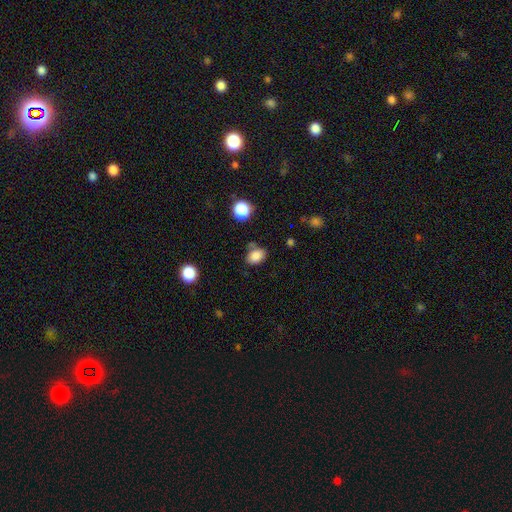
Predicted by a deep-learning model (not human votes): A smooth galaxy with no disk features (84%) that is in between round and cigar-shaped (72%). Merging: none (70%).